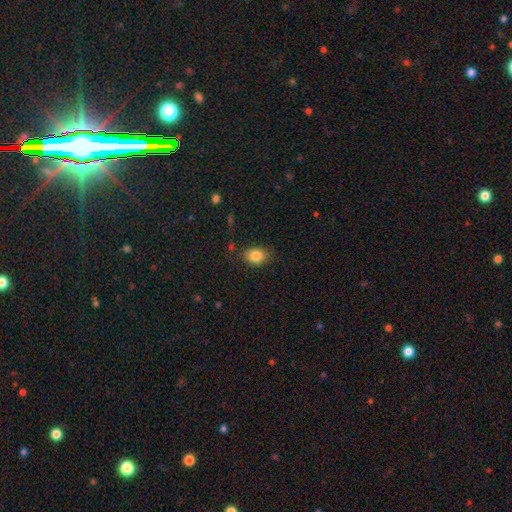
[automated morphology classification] Smooth or featured?
  - smooth: 84% *
  - star or artifact: 9%
  - featured or disk: 7%
How rounded?
  - in between: 63% *
  - round: 36%
  - cigar-shaped: 1%
Merging?
  - none: 78% *
  - minor disturbance: 16%
  - major disturbance: 4%
  - merger: 2%